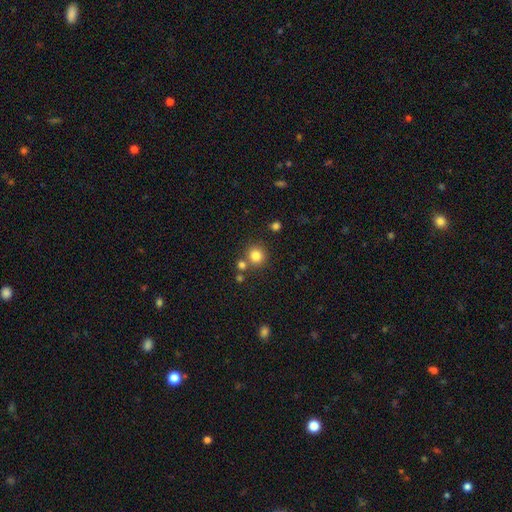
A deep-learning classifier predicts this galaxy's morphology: Smooth or featured?
  - smooth: 82% *
  - star or artifact: 12%
  - featured or disk: 6%
How rounded?
  - round: 92% *
  - in between: 7%
  - cigar-shaped: 1%
Merging?
  - none: 74% *
  - merger: 15%
  - minor disturbance: 8%
  - major disturbance: 3%